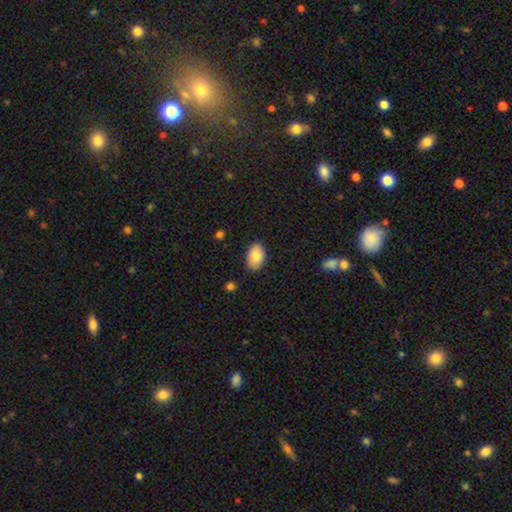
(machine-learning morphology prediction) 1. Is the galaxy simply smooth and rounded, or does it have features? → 84% smooth, 9% featured or disk, 7% star or artifact.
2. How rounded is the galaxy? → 91% in between, 7% round, 1% cigar-shaped.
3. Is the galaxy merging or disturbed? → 83% none, 13% minor disturbance, 2% major disturbance, 1% merger.